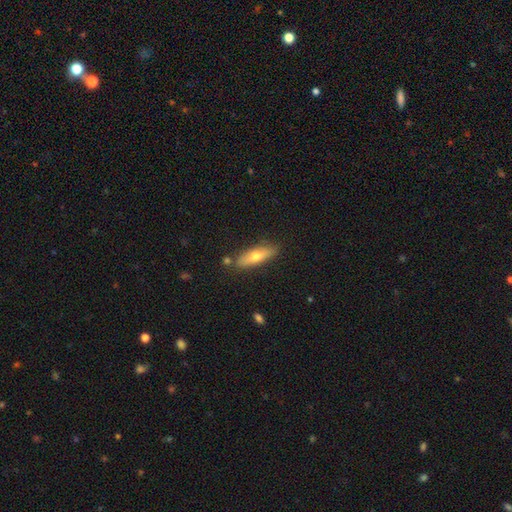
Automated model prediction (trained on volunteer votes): A smooth galaxy with no disk features (55%) that is cigar-shaped (59%).

Vote fractions:
- Smooth or featured? smooth: 55% / featured or disk: 39% / star or artifact: 7%
- How rounded? cigar-shaped: 59% / in between: 38% / round: 2%
- Merging? none: 82% / minor disturbance: 12% / merger: 4% / major disturbance: 3%